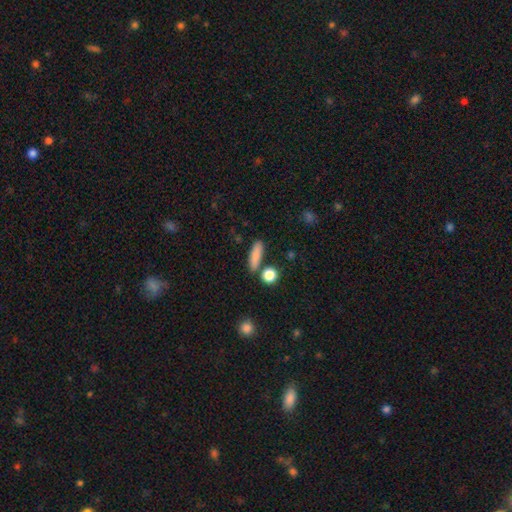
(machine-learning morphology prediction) Q: Smooth or featured?
A: smooth (84%); runner-up: featured or disk (8%)
Q: How rounded?
A: cigar-shaped (60%); runner-up: in between (32%)
Q: Merging?
A: none (79%); runner-up: minor disturbance (10%)